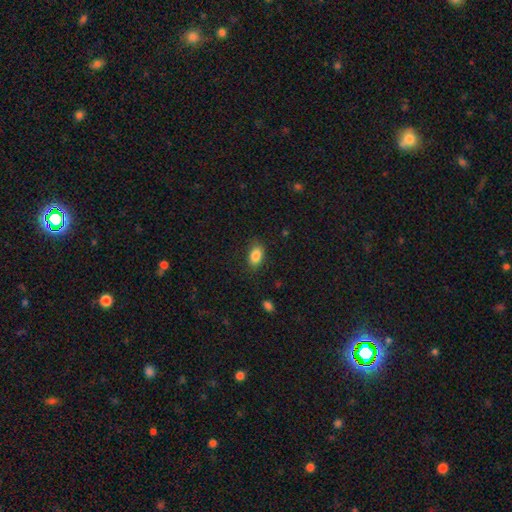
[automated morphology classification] A smooth galaxy with no disk features (86%) that is in between round and cigar-shaped (88%). Merging: none (83%).